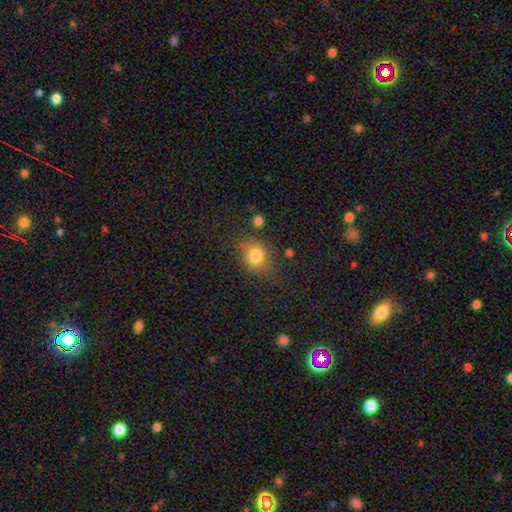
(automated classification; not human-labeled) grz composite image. It shows a smooth galaxy with no disk features (80%) that is round (64%). Merging: none (73%).